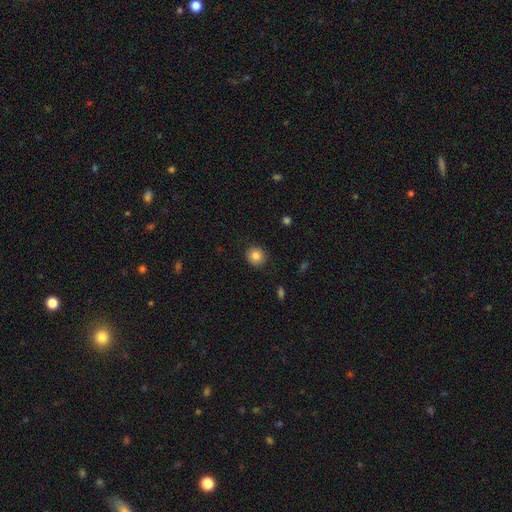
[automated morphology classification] This appears to be a smooth galaxy with no disk features (84%) that is round (88%). Merging: none (89%).